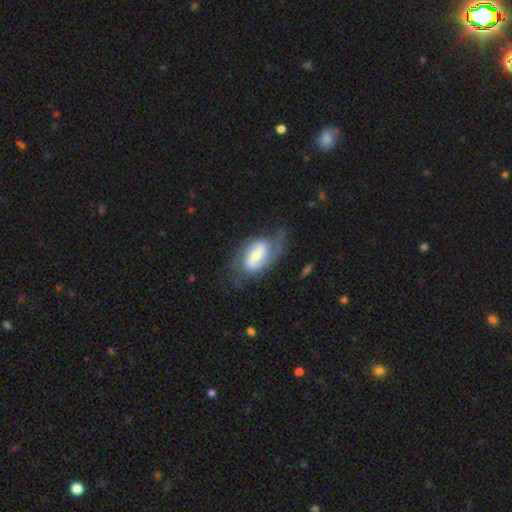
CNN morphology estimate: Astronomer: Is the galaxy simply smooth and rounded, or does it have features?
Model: featured or disk — 74%.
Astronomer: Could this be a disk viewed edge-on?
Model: no — 96%.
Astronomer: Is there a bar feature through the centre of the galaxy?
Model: weak — 45% (runner-up: strong, 35%).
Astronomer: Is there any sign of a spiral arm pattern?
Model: yes — 89%.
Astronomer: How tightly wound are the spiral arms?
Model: medium — 42% (runner-up: loose, 34%).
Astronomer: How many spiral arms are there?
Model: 2 — 78%.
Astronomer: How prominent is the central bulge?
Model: small — 44% (runner-up: moderate, 43%).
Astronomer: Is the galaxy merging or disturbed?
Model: none — 52%.